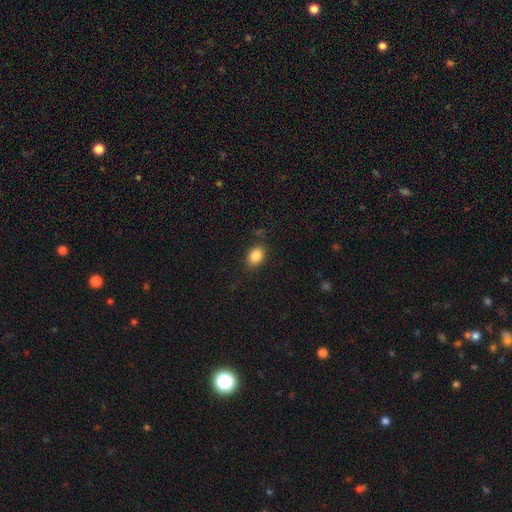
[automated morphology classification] Overall: smooth (86%). How rounded: in between (79%). Merging: none (84%).